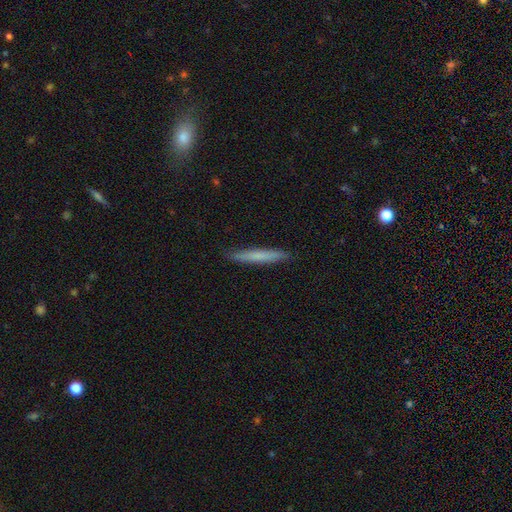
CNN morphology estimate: Overall: smooth (66%; featured or disk 28%). How rounded: cigar-shaped (96%). Merging: none (91%).